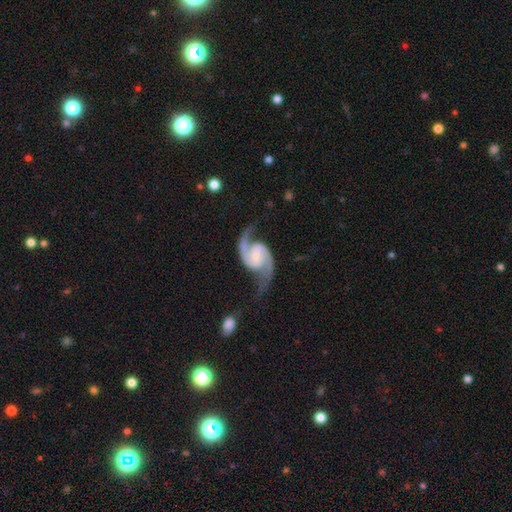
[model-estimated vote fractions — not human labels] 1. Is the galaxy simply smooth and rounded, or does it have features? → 93% featured or disk, 4% star or artifact, 3% smooth.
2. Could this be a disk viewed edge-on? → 98% no, 2% yes.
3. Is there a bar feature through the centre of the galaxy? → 57% no, 31% weak, 12% strong.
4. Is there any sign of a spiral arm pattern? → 99% yes, 1% no.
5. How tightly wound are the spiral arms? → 46% loose, 44% medium, 10% tight.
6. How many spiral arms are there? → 95% 2, 1% 1, 1% can't tell, 1% 3, 1% 4, 1% more than 4.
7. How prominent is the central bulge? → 39% small, 33% none, 18% moderate, 8% large, 3% dominant.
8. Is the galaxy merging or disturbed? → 73% none, 15% minor disturbance, 9% major disturbance, 3% merger.